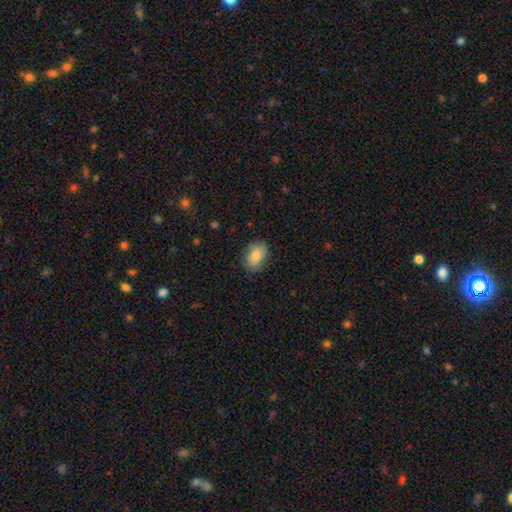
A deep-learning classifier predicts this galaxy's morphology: This is likely a smooth galaxy (79%). How rounded: clearly in between (82%). Merging: clearly none (80%).